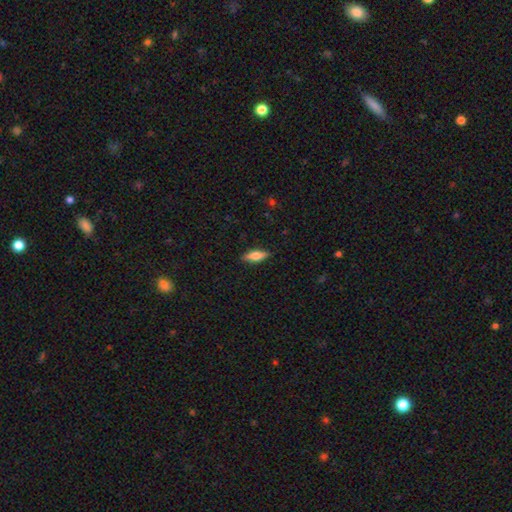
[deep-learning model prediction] A smooth galaxy with no disk features (68%) that is in between round and cigar-shaped (57%). Merging: none (87%).